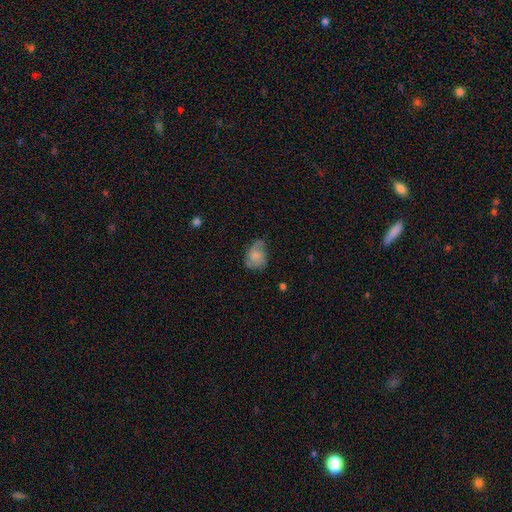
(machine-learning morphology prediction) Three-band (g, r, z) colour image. It shows a smooth galaxy with no disk features (57%) that is in between round and cigar-shaped (64%). Merging: none (48%).